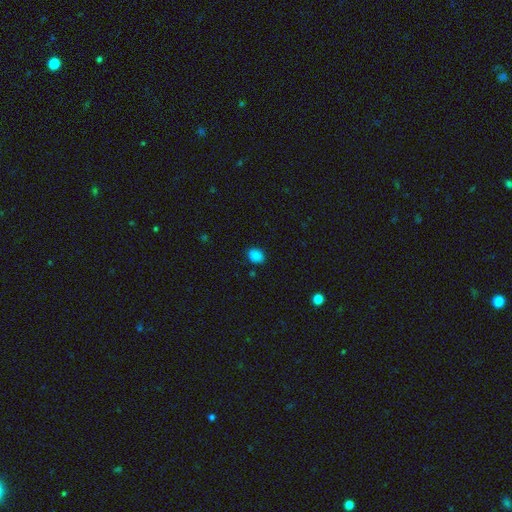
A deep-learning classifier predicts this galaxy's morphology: Overall: smooth (84%). How rounded: in between (63%; round 36%). Merging: none (84%).